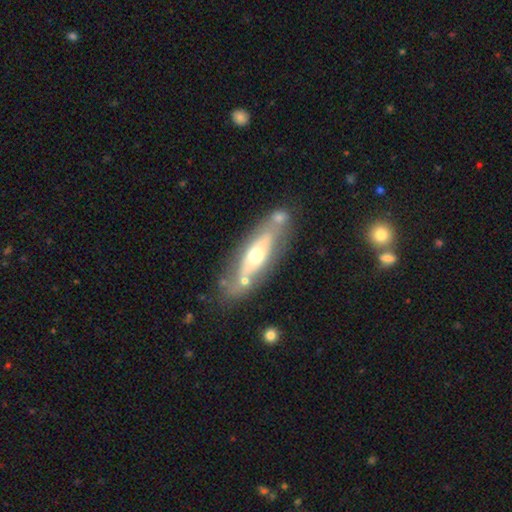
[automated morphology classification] A featured or disk galaxy (57%). Merging: none (63%).